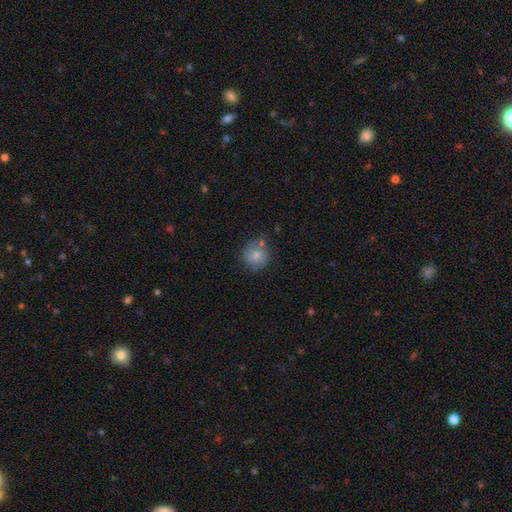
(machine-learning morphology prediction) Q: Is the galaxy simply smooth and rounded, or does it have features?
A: smooth — 67%.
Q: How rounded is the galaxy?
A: round — 83%.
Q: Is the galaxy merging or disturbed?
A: none — 61%.